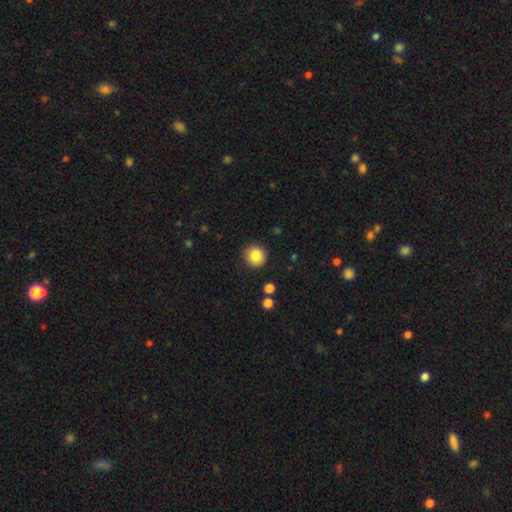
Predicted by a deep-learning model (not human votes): This appears to be a smooth galaxy with no disk features (84%) that is round (92%). Merging: none (90%).